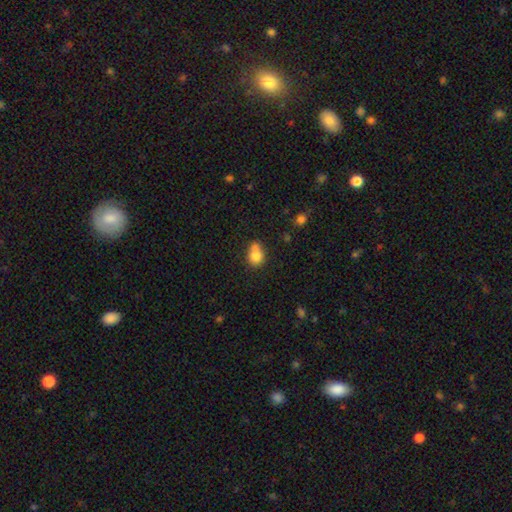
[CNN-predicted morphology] Smooth or featured? smooth (79%)
How rounded? round (59%)
Merging? none (43%)